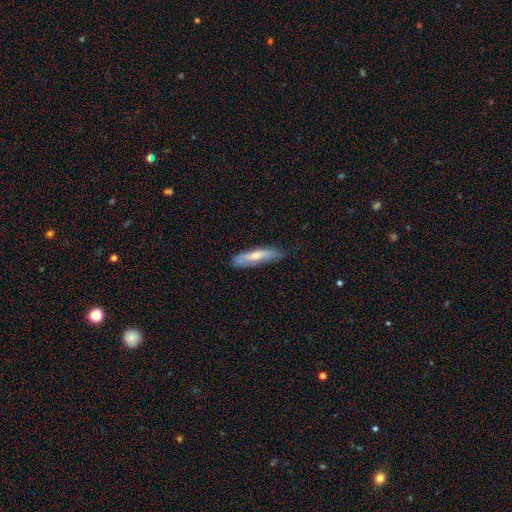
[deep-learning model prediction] Overall: smooth (54%; featured or disk 40%). How rounded: cigar-shaped (70%). Merging: none (70%).